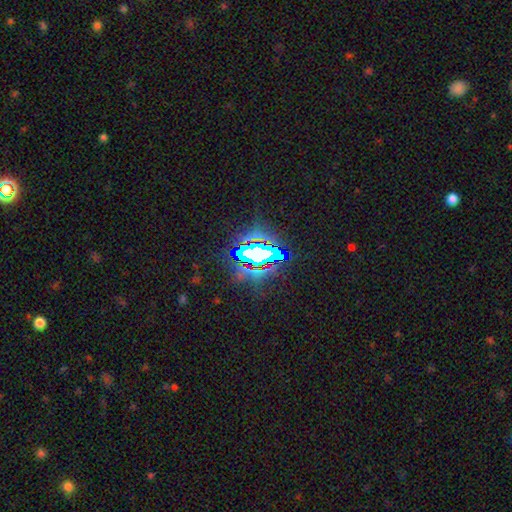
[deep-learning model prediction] This appears to be a star or artifact, not a galaxy (70%).